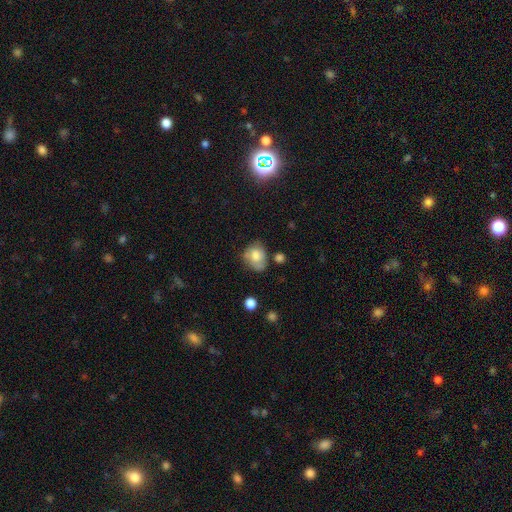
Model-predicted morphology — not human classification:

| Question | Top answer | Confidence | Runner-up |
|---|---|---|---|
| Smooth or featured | smooth | 73% | featured or disk (18%) |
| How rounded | round | 52% | in between (47%) |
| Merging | none | 47% | minor disturbance (31%) |